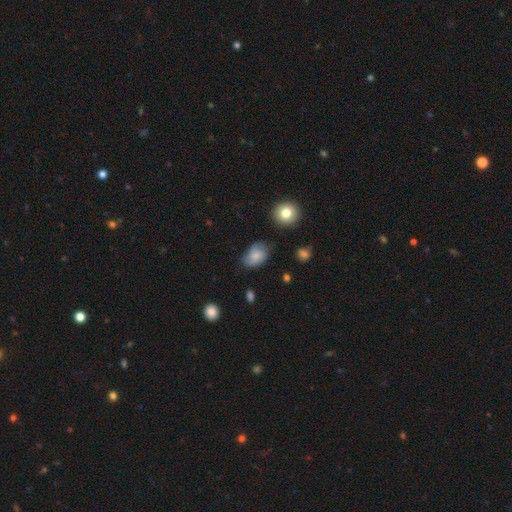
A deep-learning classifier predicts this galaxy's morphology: Smooth or featured: smooth — 68% (featured or disk — 23%)
How rounded: in between — 81% (round — 18%)
Merging: none — 62% (minor disturbance — 28%)